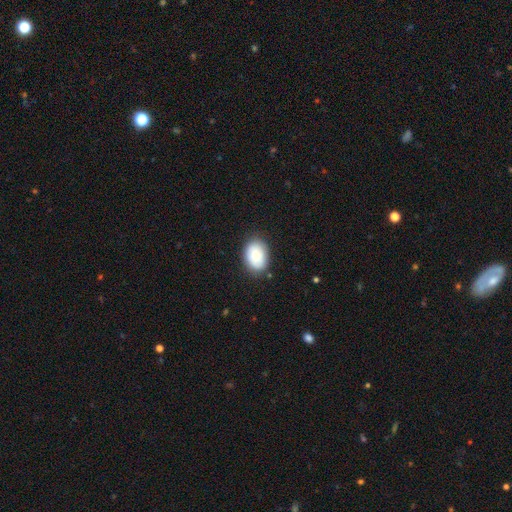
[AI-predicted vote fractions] This appears to be a smooth galaxy with no disk features (82%) that is in between round and cigar-shaped (81%). Merging: none (81%).